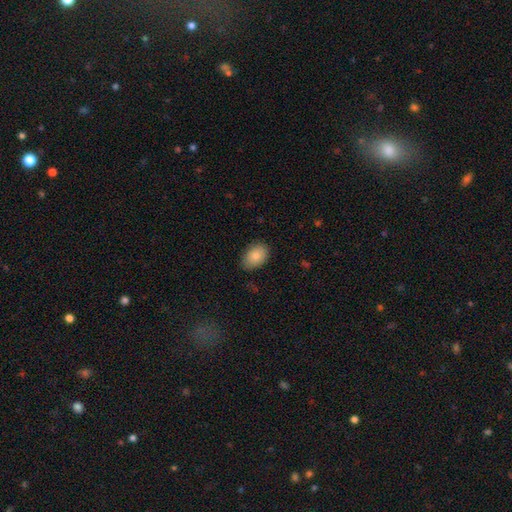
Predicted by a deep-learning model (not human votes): Morphology: type=smooth (86%); roundness=in between (85%); merging=none (83%).